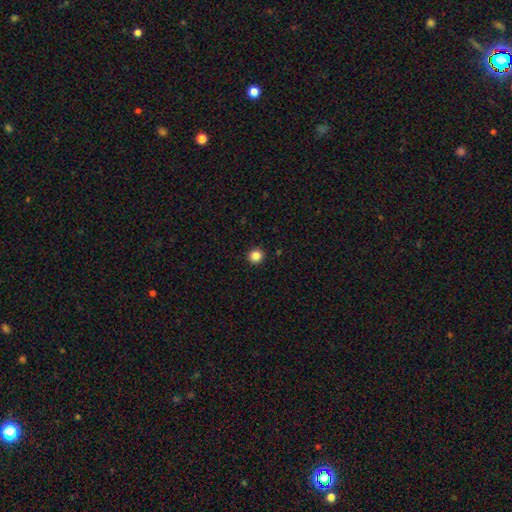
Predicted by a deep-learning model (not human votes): A smooth galaxy with no disk features (86%) that is round (94%). Merging: none (93%).